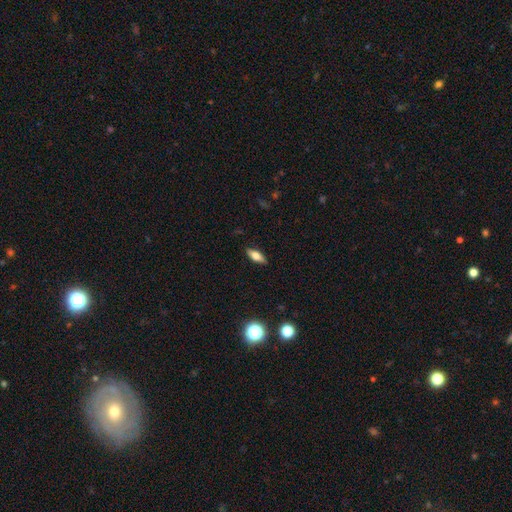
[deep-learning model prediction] A smooth galaxy with no disk features (66%) that is in between round and cigar-shaped (71%). Merging: none (87%).